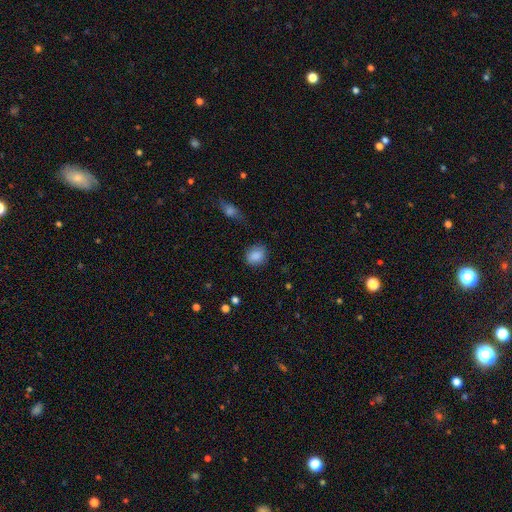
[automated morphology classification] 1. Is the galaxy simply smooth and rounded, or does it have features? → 87% smooth, 8% star or artifact, 5% featured or disk.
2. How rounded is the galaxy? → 59% round, 40% in between, 1% cigar-shaped.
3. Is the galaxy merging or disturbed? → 81% none, 13% minor disturbance, 4% major disturbance, 2% merger.